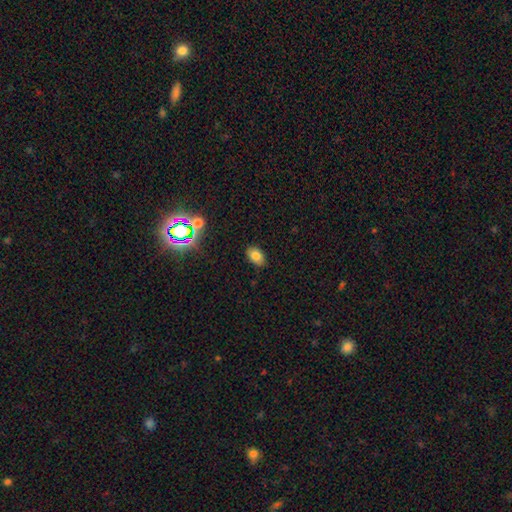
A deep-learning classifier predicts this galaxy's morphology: The model was most divided on "smooth or featured": smooth: 77%, star or artifact: 13%, featured or disk: 9%. More confident: how rounded — in between (87%); merging — none (86%).